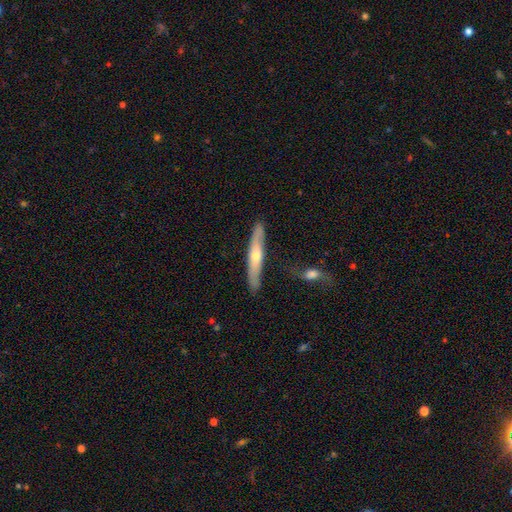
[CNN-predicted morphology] Smooth or featured: featured or disk — 56% (smooth — 38%)
Edge-on disk: yes — 87% (no — 13%)
Merging: none — 83% (minor disturbance — 11%)